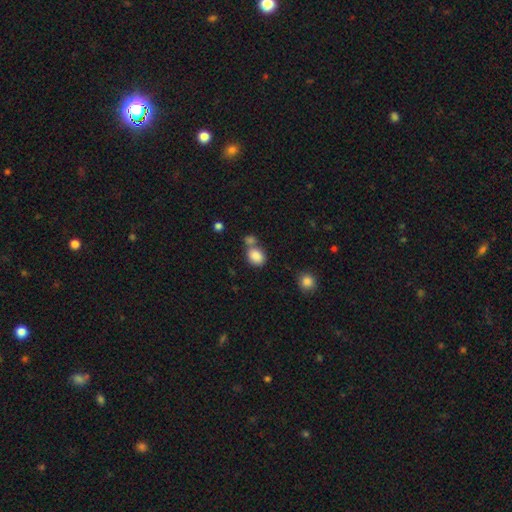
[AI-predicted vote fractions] smooth 85%, star or artifact 9%, featured or disk 5%. Down the decision tree: how rounded — in between (59%); merging — none (49%).